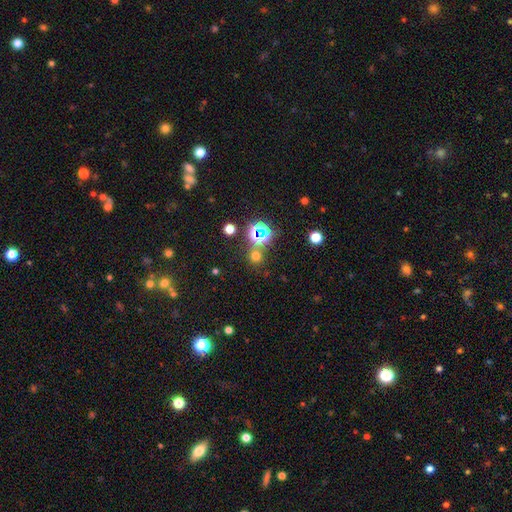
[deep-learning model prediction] Smooth or featured? smooth (56%)
How rounded? round (90%)
Merging? none (74%)